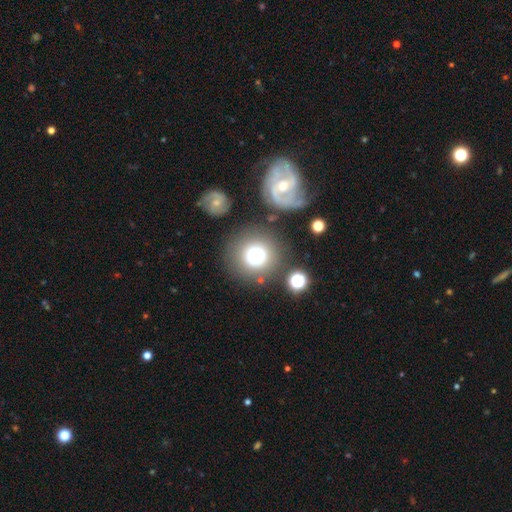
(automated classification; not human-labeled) smooth_or_featured: smooth (p=0.72) [alt: featured or disk p=0.17]
how_rounded: round (p=0.92) [alt: in between p=0.07]
merging: none (p=0.74) [alt: minor disturbance p=0.11]